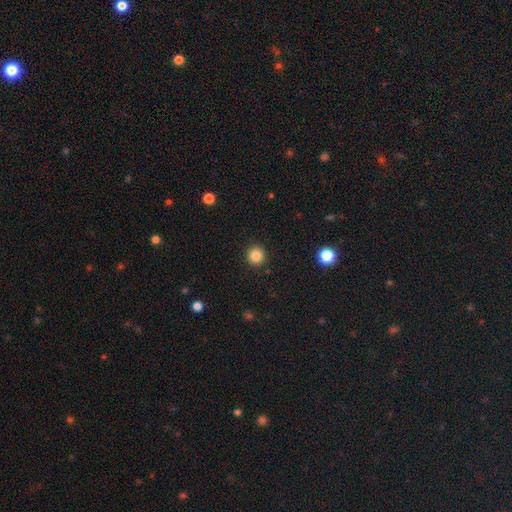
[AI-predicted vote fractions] A smooth galaxy with no disk features (85%) that is round (93%).

Vote fractions:
- Smooth or featured? smooth: 85% / star or artifact: 11% / featured or disk: 4%
- How rounded? round: 93% / in between: 6% / cigar-shaped: 1%
- Merging? none: 92% / minor disturbance: 5% / major disturbance: 2% / merger: 1%